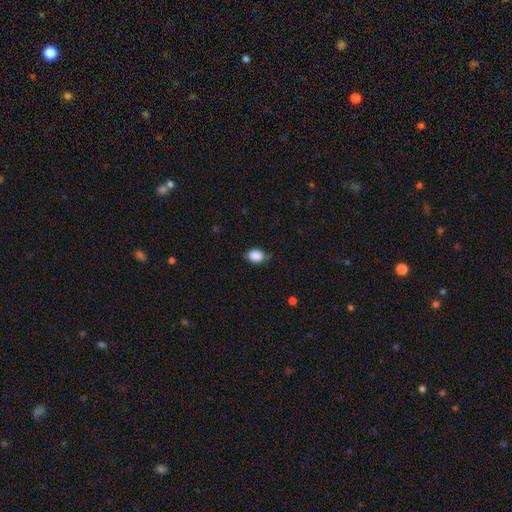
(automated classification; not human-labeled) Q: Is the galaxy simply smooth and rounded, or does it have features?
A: smooth — 87%.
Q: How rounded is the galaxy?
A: in between — 59%.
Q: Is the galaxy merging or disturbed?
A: none — 64%.